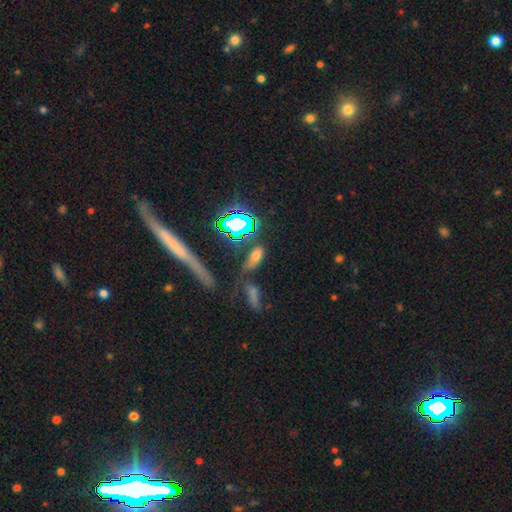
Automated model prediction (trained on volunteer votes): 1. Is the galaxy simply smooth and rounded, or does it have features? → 53% smooth, 30% star or artifact, 16% featured or disk.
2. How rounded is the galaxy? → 74% in between, 17% cigar-shaped, 9% round.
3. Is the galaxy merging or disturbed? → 63% none, 16% minor disturbance, 12% merger, 9% major disturbance.